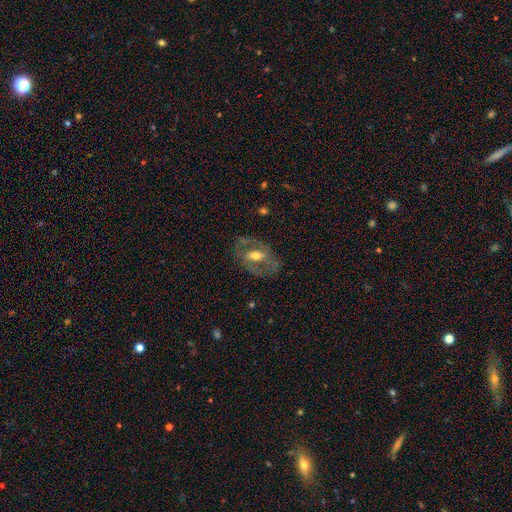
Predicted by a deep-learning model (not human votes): Overall: featured or disk (71%). Edge-on disk: no (92%). Bar: weak (37%; strong 34%). Spiral arms: yes (62%; no 38%). Bulge size: moderate (64%). Merging: none (71%).